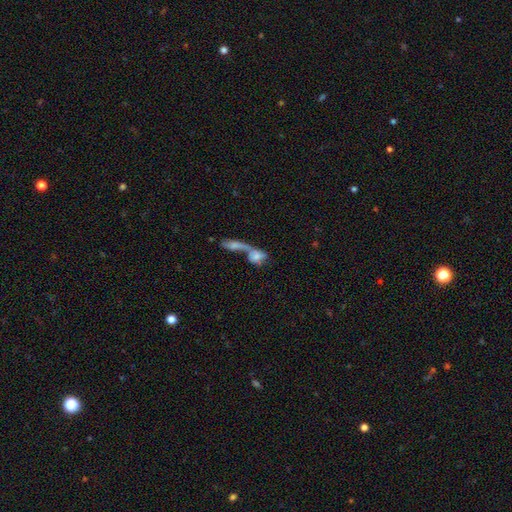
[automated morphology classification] Smooth or featured? Predicted: smooth (p=0.62). How rounded? Predicted: in between (p=0.61). Merging? Predicted: merger (p=0.72).